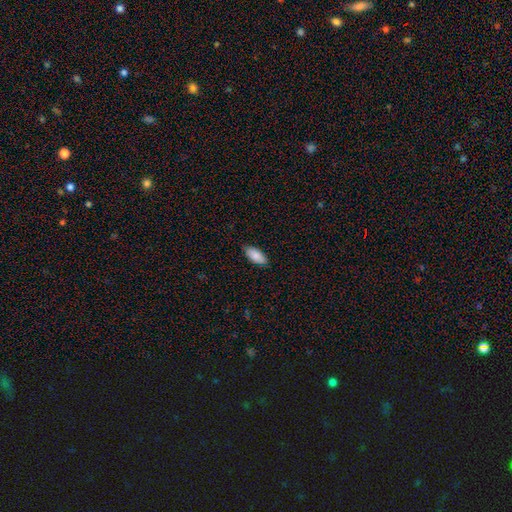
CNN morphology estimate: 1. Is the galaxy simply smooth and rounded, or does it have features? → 87% smooth, 7% featured or disk, 6% star or artifact.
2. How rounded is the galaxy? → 90% in between, 8% cigar-shaped, 2% round.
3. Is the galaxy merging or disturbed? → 84% none, 13% minor disturbance, 2% major disturbance, 1% merger.